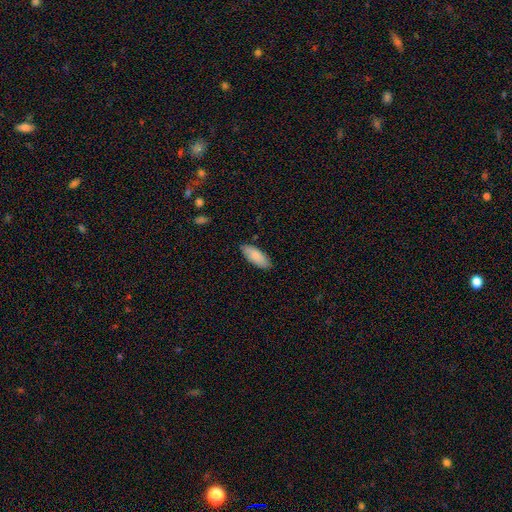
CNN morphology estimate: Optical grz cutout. It shows a smooth galaxy with no disk features (87%) that is in between round and cigar-shaped (79%). Merging: none (84%).